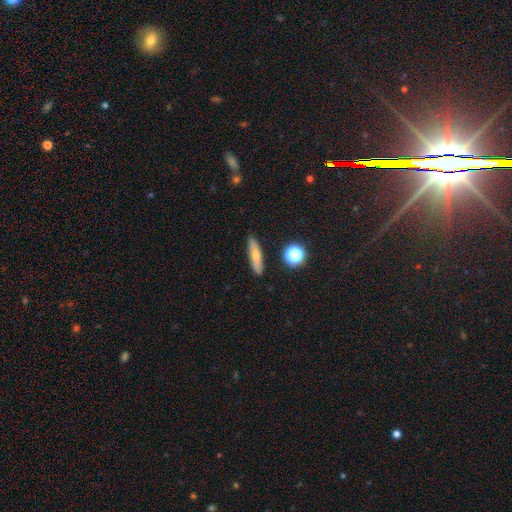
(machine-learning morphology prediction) smooth 65%, featured or disk 26%, star or artifact 9%. Down the decision tree: how rounded — cigar-shaped (75%); merging — none (88%).